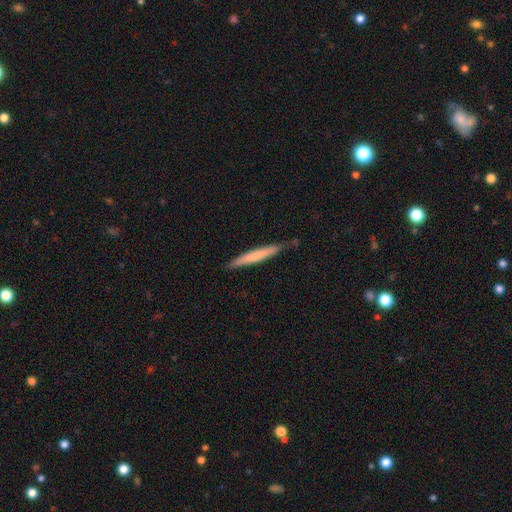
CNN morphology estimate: Smooth or featured: smooth — 61% (featured or disk — 33%)
How rounded: cigar-shaped — 96% (in between — 3%)
Merging: none — 81% (minor disturbance — 15%)